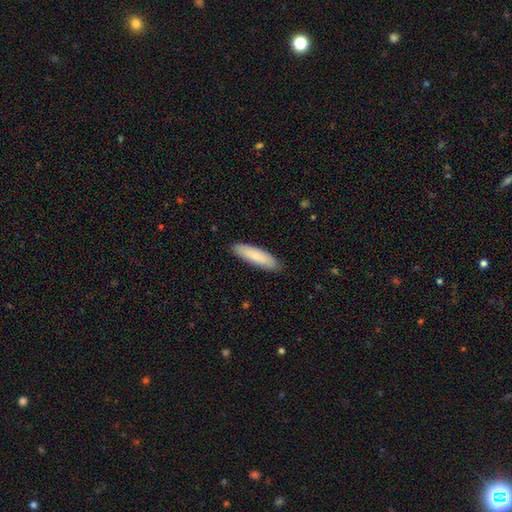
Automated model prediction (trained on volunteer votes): smooth_or_featured: smooth (p=0.84) [alt: featured or disk p=0.11]
how_rounded: cigar-shaped (p=0.66) [alt: in between p=0.33]
merging: none (p=0.89) [alt: minor disturbance p=0.09]